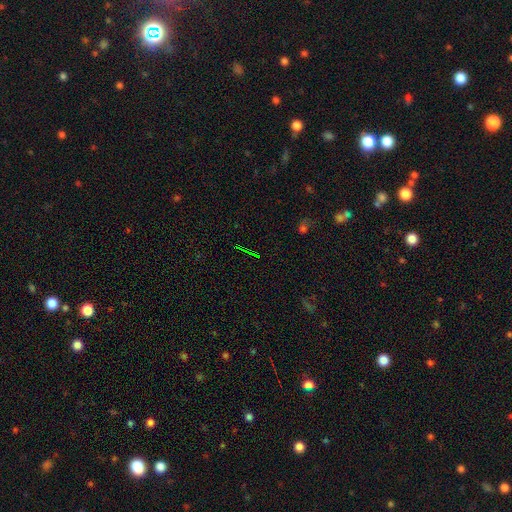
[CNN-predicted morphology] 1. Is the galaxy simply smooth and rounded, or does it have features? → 72% star or artifact, 14% smooth, 13% featured or disk.